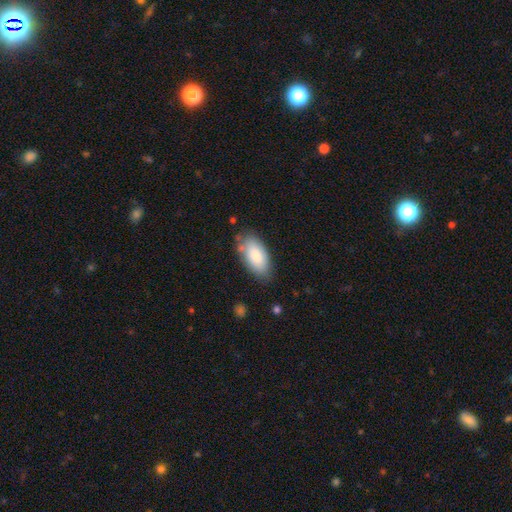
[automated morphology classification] smooth 85%, featured or disk 9%, star or artifact 6%. Down the decision tree: how rounded — in between (93%); merging — none (73%).